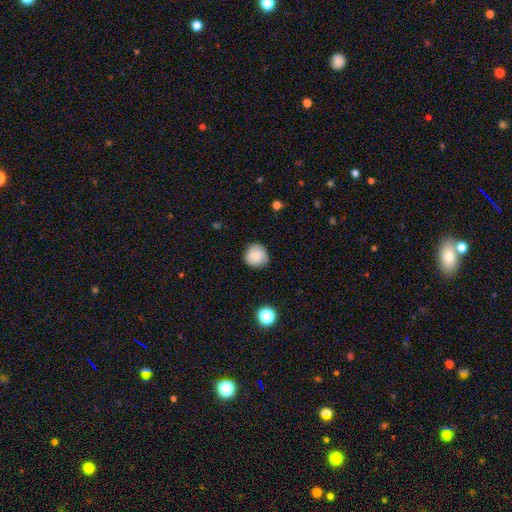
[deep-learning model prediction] This appears to be a smooth galaxy with no disk features (75%) that is round (91%). Merging: none (77%).